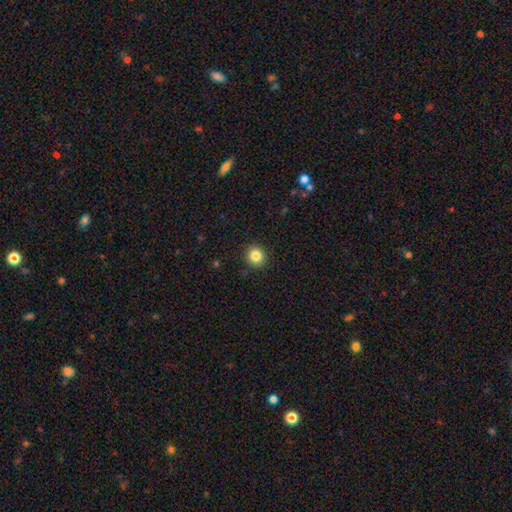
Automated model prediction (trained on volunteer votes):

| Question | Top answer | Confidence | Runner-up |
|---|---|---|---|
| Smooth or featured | smooth | 84% | star or artifact (11%) |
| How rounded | round | 90% | in between (9%) |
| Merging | none | 92% | minor disturbance (6%) |